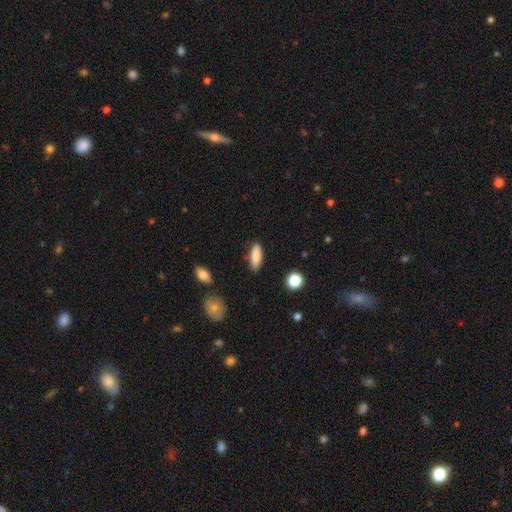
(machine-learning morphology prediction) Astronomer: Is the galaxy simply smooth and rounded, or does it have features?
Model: smooth — 87%.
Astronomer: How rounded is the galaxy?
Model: in between — 60% (runner-up: cigar-shaped, 38%).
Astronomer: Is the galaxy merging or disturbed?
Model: none — 85%.